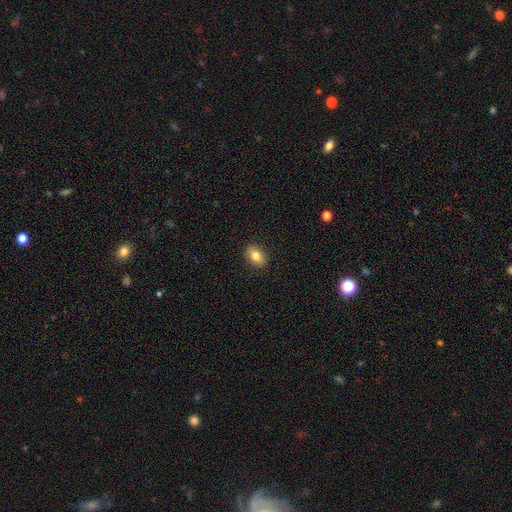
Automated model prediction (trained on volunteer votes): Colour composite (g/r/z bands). It shows a smooth galaxy with no disk features (81%) that is in between round and cigar-shaped (82%). Merging: none (89%).